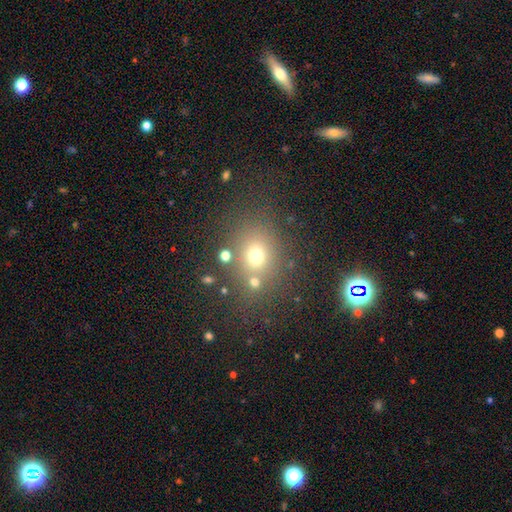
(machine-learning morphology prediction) A smooth galaxy with no disk features (66%) that is round (60%).

Vote fractions:
- Smooth or featured? smooth: 66% / star or artifact: 22% / featured or disk: 12%
- How rounded? round: 60% / in between: 39% / cigar-shaped: 1%
- Merging? none: 72% / merger: 12% / minor disturbance: 11% / major disturbance: 5%